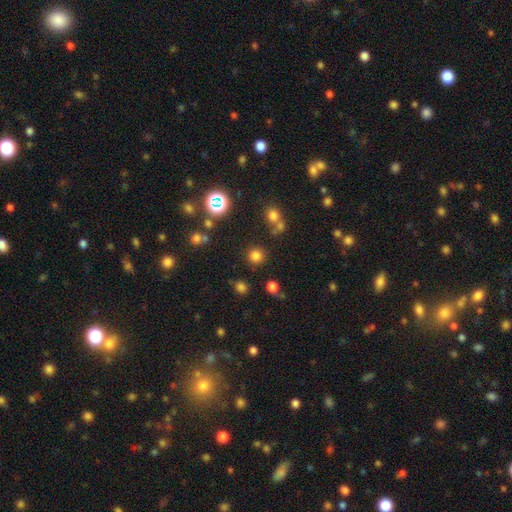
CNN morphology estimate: A smooth galaxy with no disk features (74%) that is round (93%). Merging: none (83%).